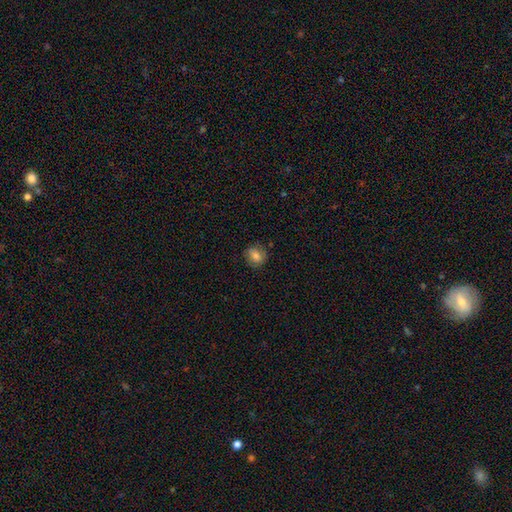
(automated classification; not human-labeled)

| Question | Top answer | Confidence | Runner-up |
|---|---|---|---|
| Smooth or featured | smooth | 77% | featured or disk (12%) |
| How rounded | round | 71% | in between (28%) |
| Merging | none | 82% | minor disturbance (13%) |